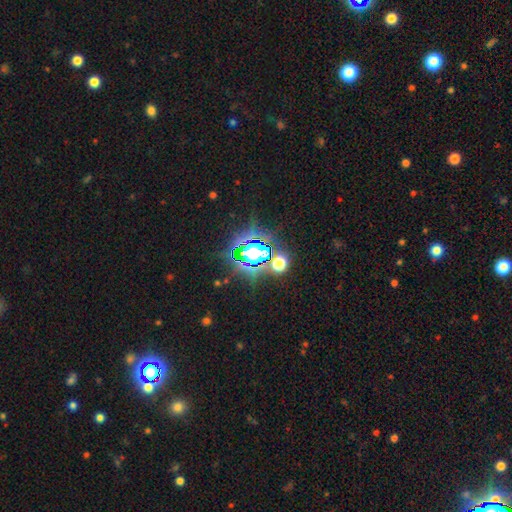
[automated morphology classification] Smooth or featured? Predicted: star or artifact (p=0.71).